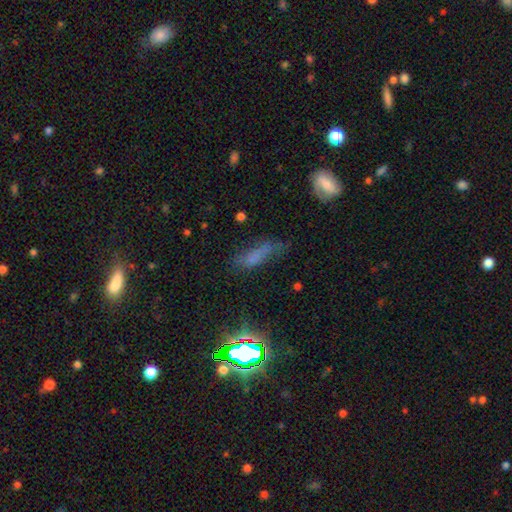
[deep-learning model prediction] The model was most divided on "how rounded": cigar-shaped: 52%, in between: 44%, round: 5%. Remaining: smooth or featured — smooth (54%); merging — none (45%).